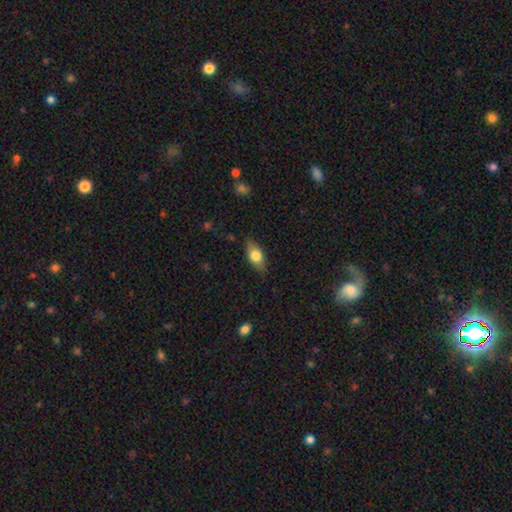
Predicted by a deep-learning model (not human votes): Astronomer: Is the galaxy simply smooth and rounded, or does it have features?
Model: smooth — 71%.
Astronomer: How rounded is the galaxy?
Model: in between — 83%.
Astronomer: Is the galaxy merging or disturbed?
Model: none — 82%.